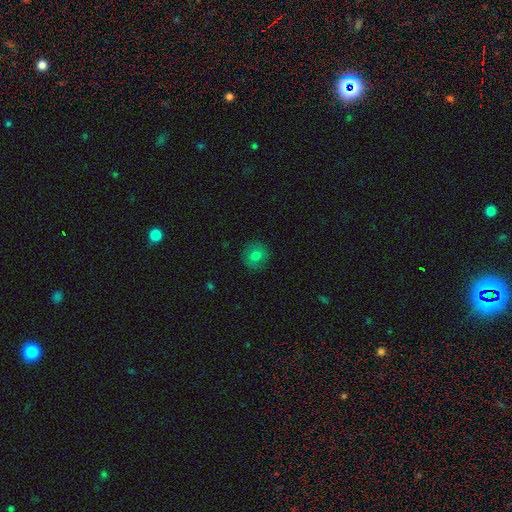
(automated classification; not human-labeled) Smooth or featured? Predicted: smooth (p=0.75). How rounded? Predicted: round (p=0.90). Merging? Predicted: none (p=0.88).